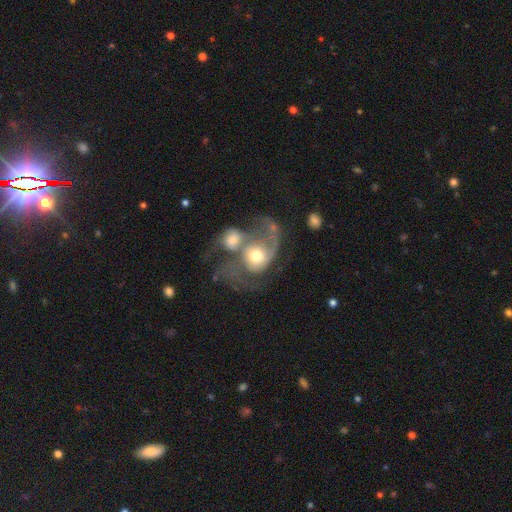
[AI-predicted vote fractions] Smooth or featured? Predicted: featured or disk (p=0.60). Edge-on disk? Predicted: no (p=0.97). Bar? Predicted: no (p=0.78). Spiral arms? Predicted: yes (p=0.72). Bulge size? Predicted: moderate (p=0.62). Merging? Predicted: merger (p=0.67).